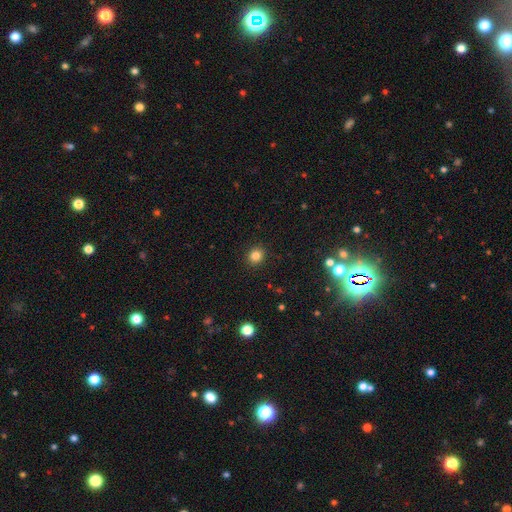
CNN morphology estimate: smooth_or_featured: smooth (p=0.83) [alt: star or artifact p=0.12]
how_rounded: round (p=0.81) [alt: in between p=0.18]
merging: none (p=0.91) [alt: minor disturbance p=0.06]